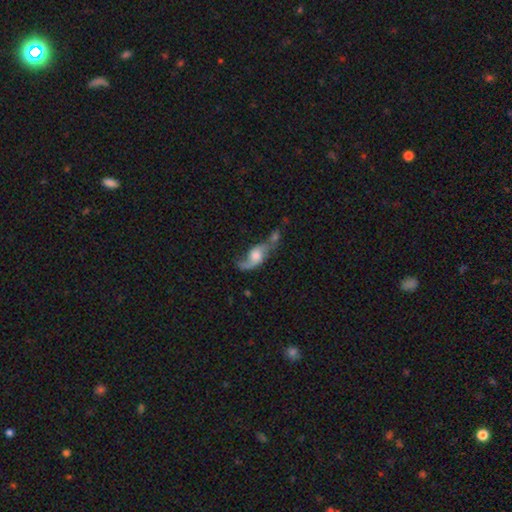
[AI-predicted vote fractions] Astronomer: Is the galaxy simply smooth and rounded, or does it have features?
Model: featured or disk — 70%.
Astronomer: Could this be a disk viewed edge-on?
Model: no — 89%.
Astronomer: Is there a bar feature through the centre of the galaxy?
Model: no — 64%.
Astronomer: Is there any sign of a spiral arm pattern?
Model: yes — 88%.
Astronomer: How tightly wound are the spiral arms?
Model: loose — 75%.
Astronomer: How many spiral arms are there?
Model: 2 — 74%.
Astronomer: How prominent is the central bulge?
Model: moderate — 47% (runner-up: large, 26%).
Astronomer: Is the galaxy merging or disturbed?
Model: merger — 37% (runner-up: none, 29%).